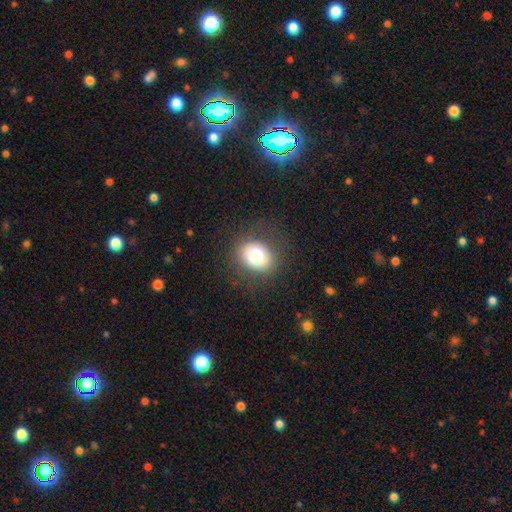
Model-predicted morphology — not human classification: smooth 74%, featured or disk 15%, star or artifact 10%. Down the decision tree: how rounded — round (55%); merging — none (80%).